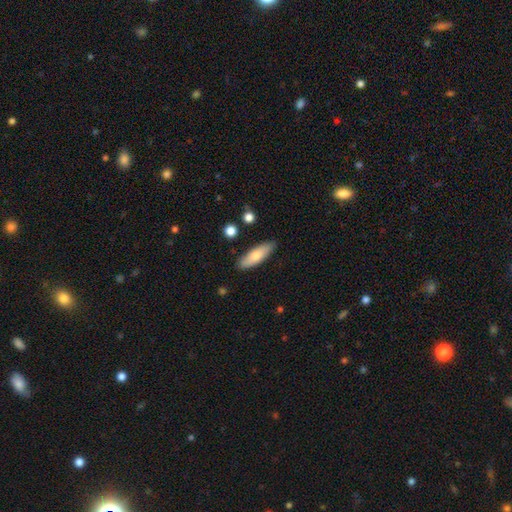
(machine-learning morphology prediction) The model was most divided on "how rounded": in between: 51%, cigar-shaped: 47%, round: 2%. More confident: merging — none (85%); smooth or featured — smooth (73%).